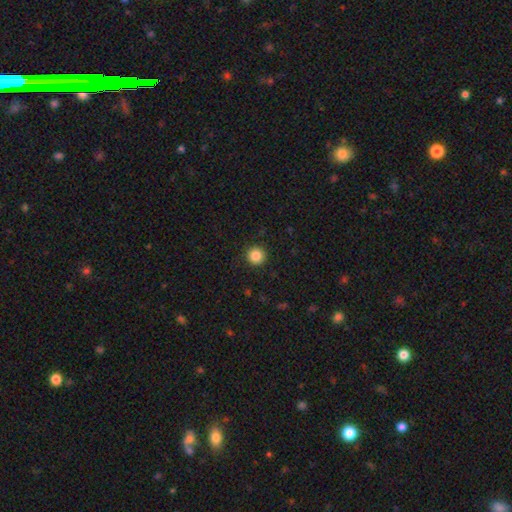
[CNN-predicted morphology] type=smooth (86%); roundness=round (95%); merging=none (92%).